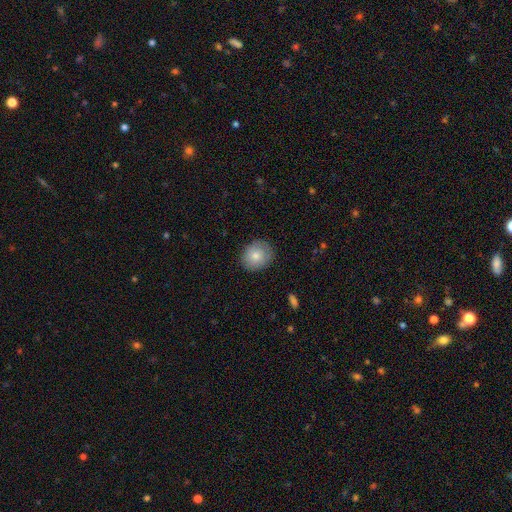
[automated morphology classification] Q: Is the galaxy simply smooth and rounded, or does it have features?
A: smooth — 80%.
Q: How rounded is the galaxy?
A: round — 71%.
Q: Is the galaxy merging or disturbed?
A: none — 85%.